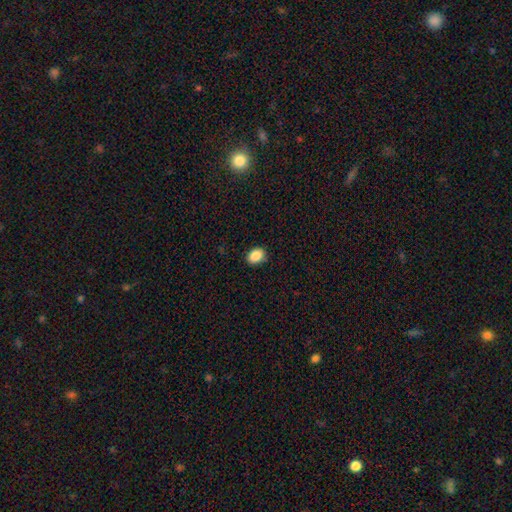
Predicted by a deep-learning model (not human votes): Smooth or featured: smooth — 88% (star or artifact — 8%)
How rounded: in between — 71% (round — 28%)
Merging: none — 87% (minor disturbance — 9%)